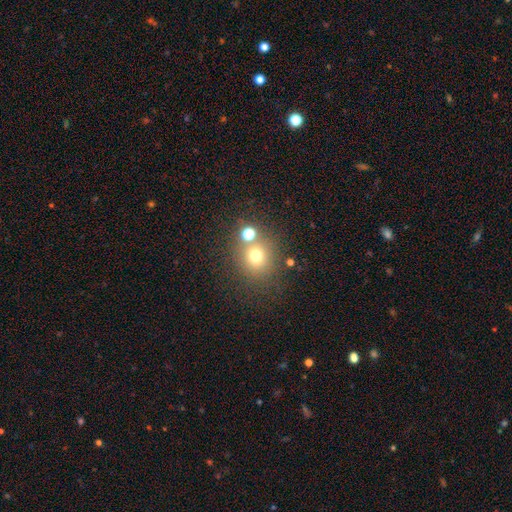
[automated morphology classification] Smooth or featured?
  - smooth: 69% *
  - star or artifact: 20%
  - featured or disk: 11%
How rounded?
  - round: 87% *
  - in between: 12%
  - cigar-shaped: 1%
Merging?
  - none: 69% *
  - merger: 18%
  - minor disturbance: 9%
  - major disturbance: 5%